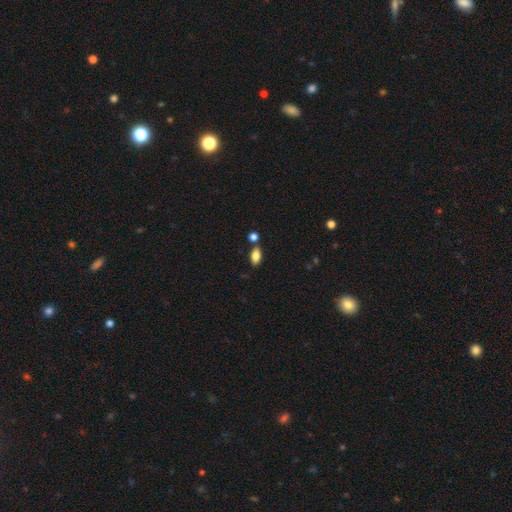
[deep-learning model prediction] The model was most divided on "merging": none: 75%, merger: 12%, minor disturbance: 11%, major disturbance: 3%. More confident: how rounded — in between (90%); smooth or featured — smooth (82%).